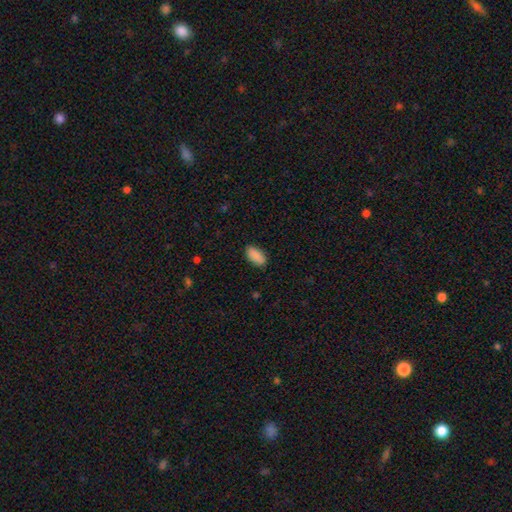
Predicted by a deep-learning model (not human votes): A smooth galaxy with no disk features (90%) that is in between round and cigar-shaped (93%). Merging: none (88%).